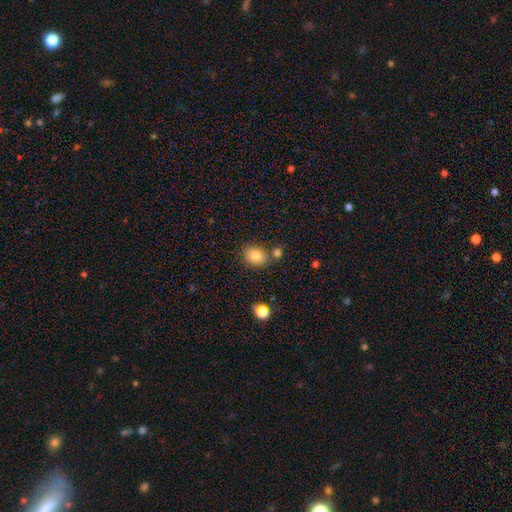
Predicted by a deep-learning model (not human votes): A smooth galaxy with no disk features (84%) that is in between round and cigar-shaped (56%). Merging: none (73%).